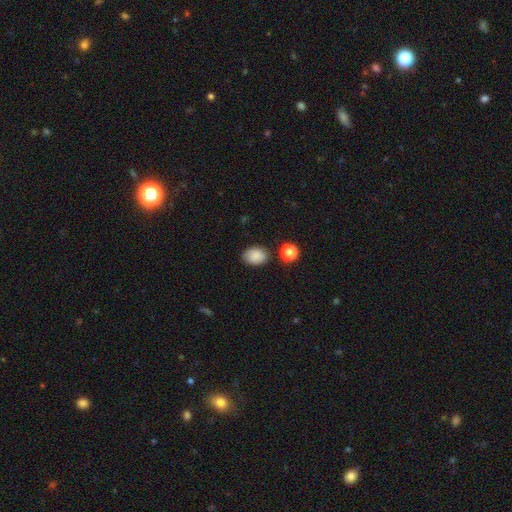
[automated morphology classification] Smooth or featured?
  - smooth: 87% *
  - star or artifact: 9%
  - featured or disk: 4%
How rounded?
  - in between: 73% *
  - round: 25%
  - cigar-shaped: 1%
Merging?
  - none: 81% *
  - minor disturbance: 13%
  - merger: 3%
  - major disturbance: 3%